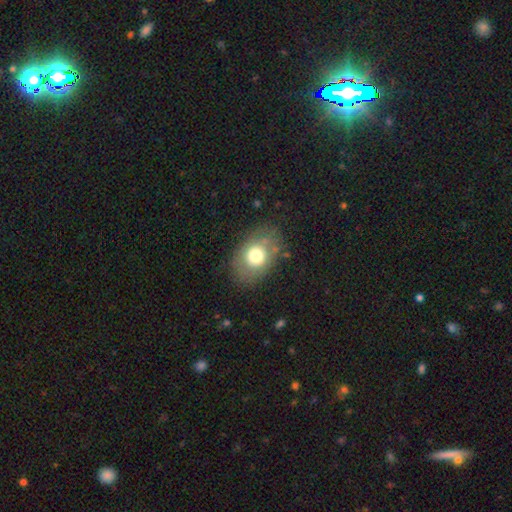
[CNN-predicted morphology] Smooth or featured: smooth — 66% (featured or disk — 24%)
How rounded: in between — 69% (round — 30%)
Merging: none — 73% (minor disturbance — 17%)